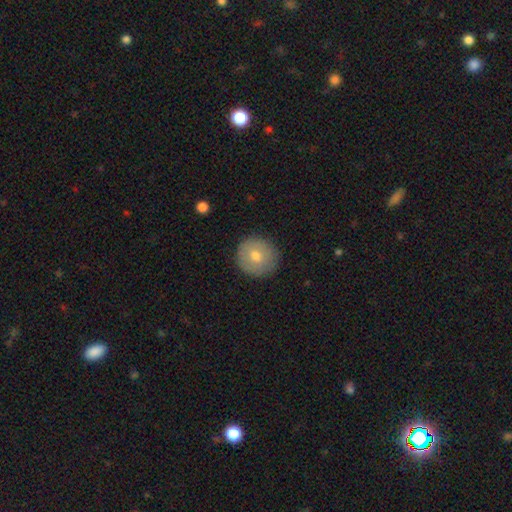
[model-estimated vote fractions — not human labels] Smooth or featured?
  - smooth: 68% *
  - featured or disk: 24%
  - star or artifact: 8%
How rounded?
  - round: 92% *
  - in between: 7%
  - cigar-shaped: 1%
Merging?
  - none: 88% *
  - minor disturbance: 9%
  - major disturbance: 2%
  - merger: 1%